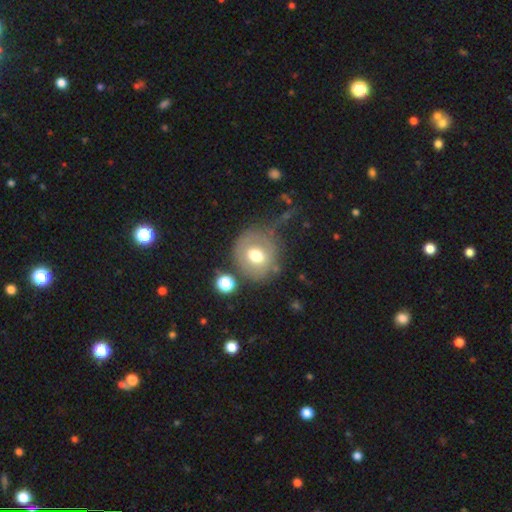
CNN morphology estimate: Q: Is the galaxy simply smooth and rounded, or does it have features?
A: smooth — 60%.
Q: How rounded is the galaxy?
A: round — 80%.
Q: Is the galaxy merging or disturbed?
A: none — 58%.